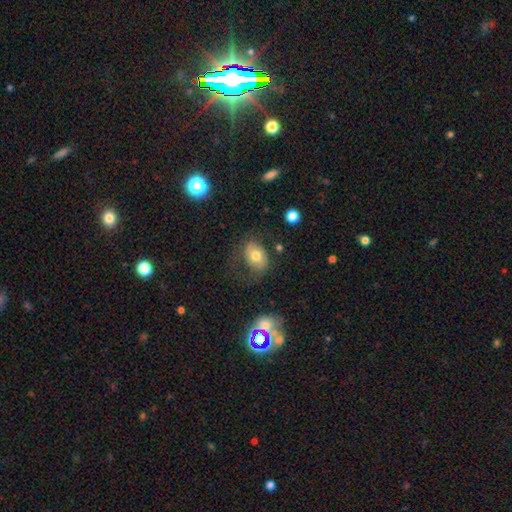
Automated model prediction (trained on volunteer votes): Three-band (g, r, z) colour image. It shows a smooth galaxy with no disk features (66%) that is in between round and cigar-shaped (72%). Merging: none (56%).